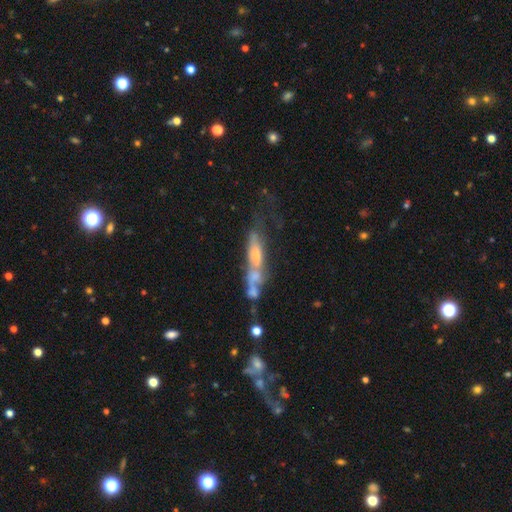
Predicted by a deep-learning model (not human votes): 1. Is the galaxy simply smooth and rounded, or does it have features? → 57% featured or disk, 32% smooth, 11% star or artifact.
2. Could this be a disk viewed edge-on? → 56% no, 44% yes.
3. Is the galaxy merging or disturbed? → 37% merger, 25% none, 22% major disturbance, 16% minor disturbance.